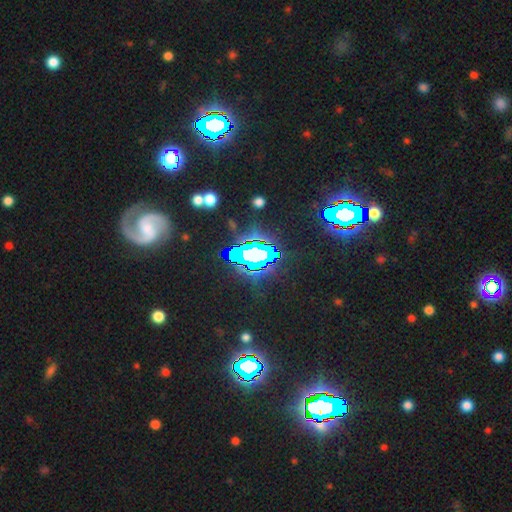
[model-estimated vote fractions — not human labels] Morphology: type=star or artifact (71%).